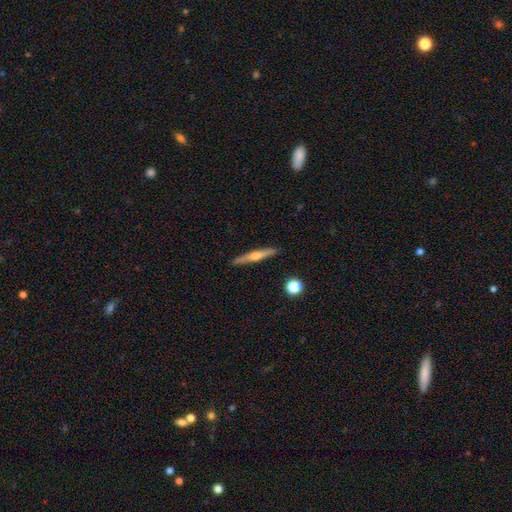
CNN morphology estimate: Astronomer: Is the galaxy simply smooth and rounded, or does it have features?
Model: featured or disk — 62%.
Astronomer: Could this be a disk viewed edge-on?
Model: yes — 97%.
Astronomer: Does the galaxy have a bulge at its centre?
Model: rounded — 80%.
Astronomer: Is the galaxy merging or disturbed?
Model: none — 91%.